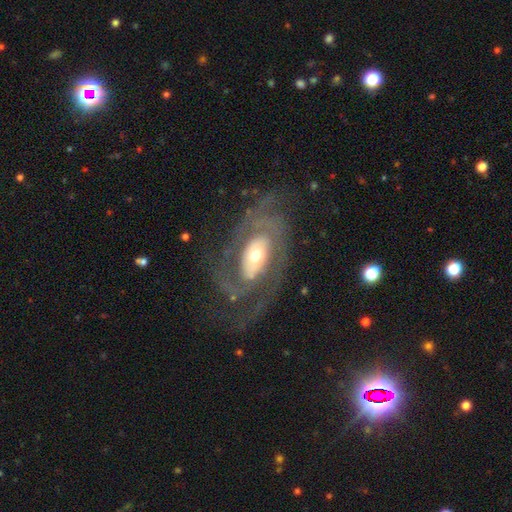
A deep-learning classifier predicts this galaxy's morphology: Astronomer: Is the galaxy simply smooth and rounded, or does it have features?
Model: featured or disk — 81%.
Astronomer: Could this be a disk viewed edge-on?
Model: no — 94%.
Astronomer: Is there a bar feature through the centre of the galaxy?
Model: no — 62%.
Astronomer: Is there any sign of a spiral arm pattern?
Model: yes — 83%.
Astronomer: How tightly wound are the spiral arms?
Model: tight — 43% (runner-up: medium, 37%).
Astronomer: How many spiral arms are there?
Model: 2 — 49%.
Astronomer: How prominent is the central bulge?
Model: moderate — 61%.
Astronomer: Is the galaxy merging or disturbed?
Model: none — 59%.